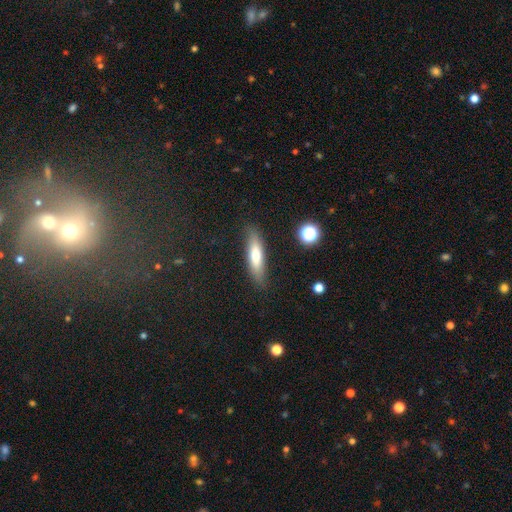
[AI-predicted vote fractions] Q: Smooth or featured?
A: smooth (66%); runner-up: featured or disk (26%)
Q: How rounded?
A: cigar-shaped (69%); runner-up: in between (29%)
Q: Merging?
A: none (84%); runner-up: minor disturbance (12%)